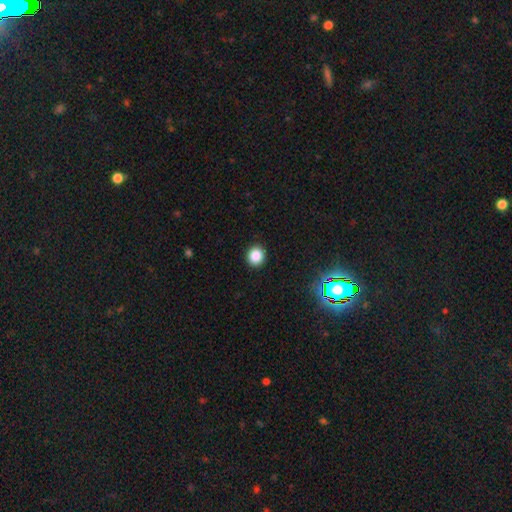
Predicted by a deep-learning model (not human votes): Q: Smooth or featured?
A: smooth (85%); runner-up: star or artifact (12%)
Q: How rounded?
A: round (86%); runner-up: in between (13%)
Q: Merging?
A: none (92%); runner-up: minor disturbance (5%)